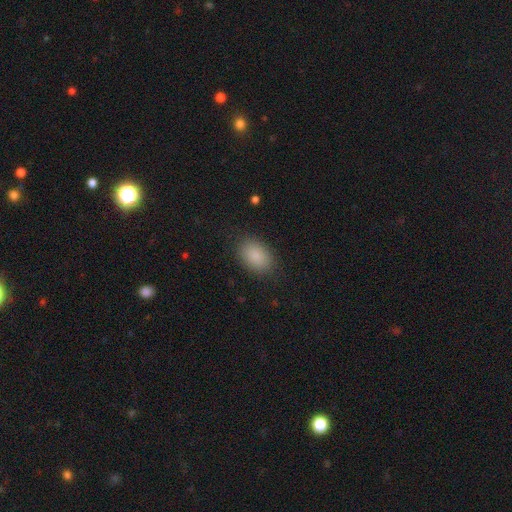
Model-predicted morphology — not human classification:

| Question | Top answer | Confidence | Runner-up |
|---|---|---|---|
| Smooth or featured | smooth | 87% | star or artifact (8%) |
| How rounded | in between | 84% | round (15%) |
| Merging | none | 86% | minor disturbance (10%) |